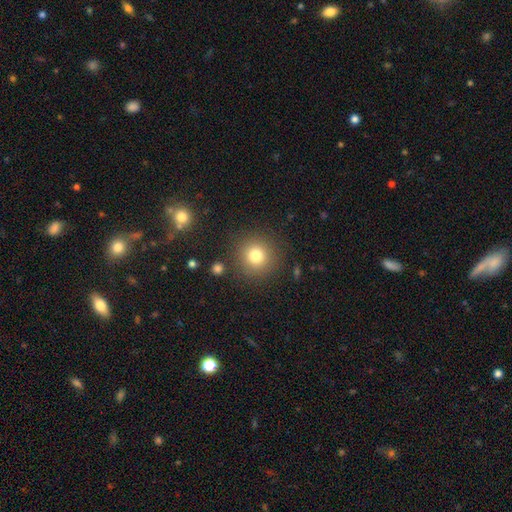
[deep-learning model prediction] Smooth or featured? smooth (79%)
How rounded? round (93%)
Merging? none (87%)